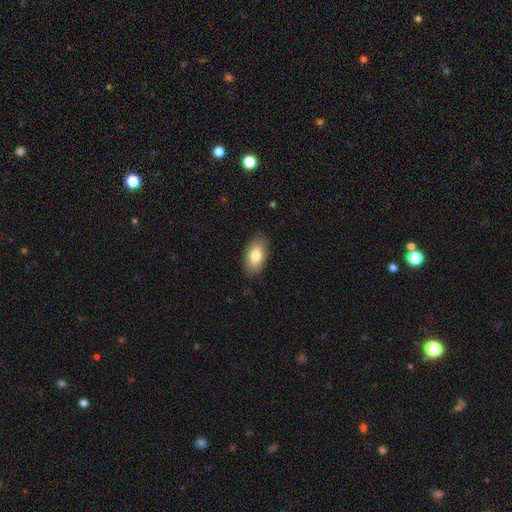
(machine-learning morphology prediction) Smooth or featured: smooth — 80% (featured or disk — 14%)
How rounded: in between — 93% (round — 4%)
Merging: none — 87% (minor disturbance — 9%)